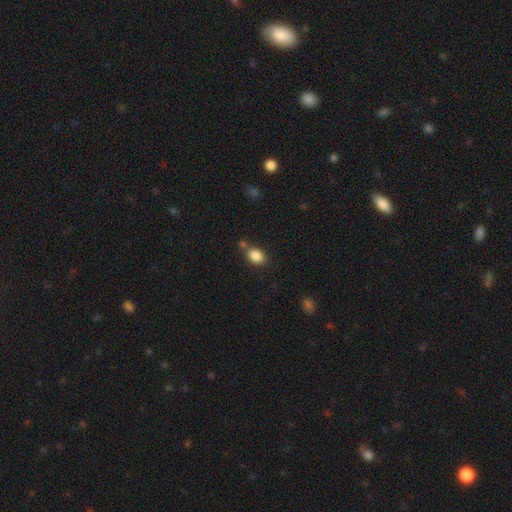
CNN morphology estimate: smooth-or-featured: smooth: 87% | star or artifact: 9% | featured or disk: 5%
  how-rounded: in between: 81% | round: 18% | cigar-shaped: 2%
  merging: none: 68% | merger: 14% | minor disturbance: 14% | major disturbance: 4%